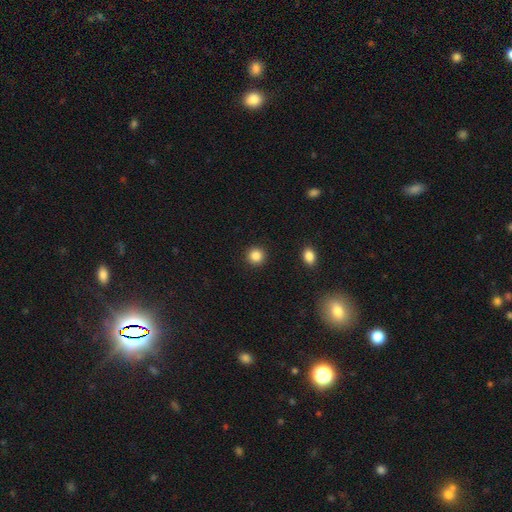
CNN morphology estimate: A smooth galaxy with no disk features (86%) that is round (93%).

Vote fractions:
- Smooth or featured? smooth: 86% / star or artifact: 10% / featured or disk: 4%
- How rounded? round: 93% / in between: 6% / cigar-shaped: 1%
- Merging? none: 92% / minor disturbance: 5% / major disturbance: 2% / merger: 1%